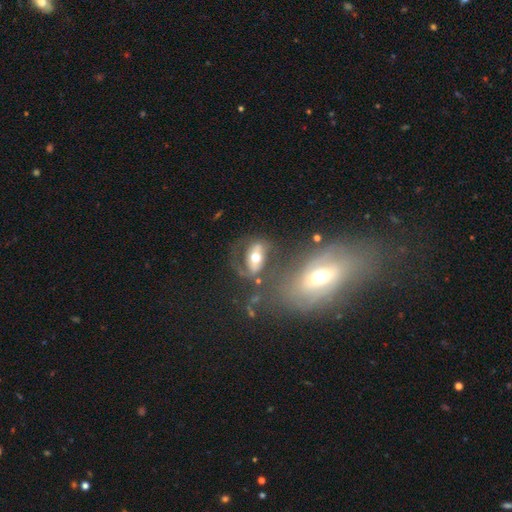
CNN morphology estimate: Smooth or featured?
  - featured or disk: 60% *
  - smooth: 29%
  - star or artifact: 11%
Edge-on disk?
  - no: 89% *
  - yes: 11%
Bar?
  - no: 48% *
  - weak: 31%
  - strong: 21%
Spiral arms?
  - yes: 59% *
  - no: 41%
Bulge size?
  - moderate: 67% *
  - small: 15%
  - large: 14%
  - none: 2%
  - dominant: 2%
Merging?
  - none: 43% *
  - merger: 23%
  - major disturbance: 17%
  - minor disturbance: 17%